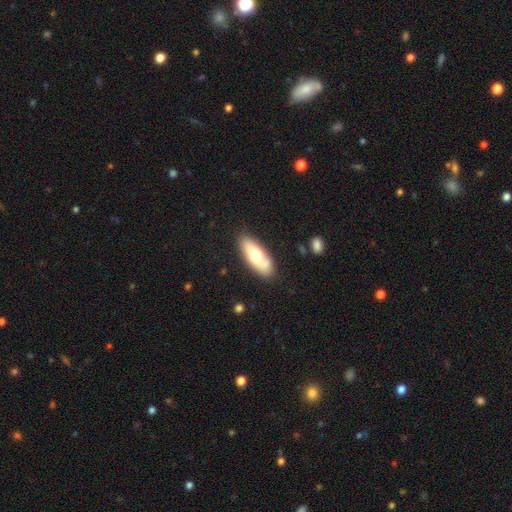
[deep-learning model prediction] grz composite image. It shows a smooth galaxy with no disk features (62%) that is in between round and cigar-shaped (74%). Merging: none (80%).